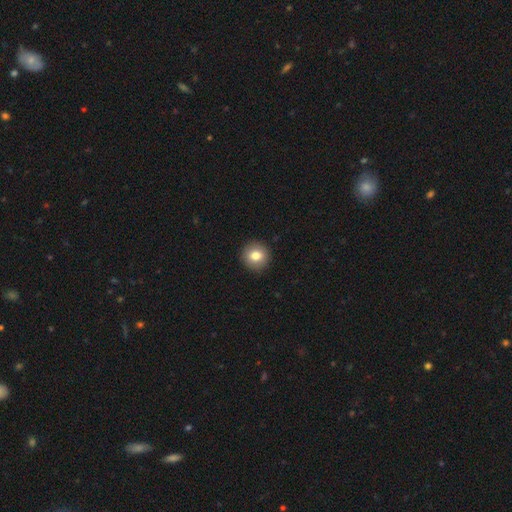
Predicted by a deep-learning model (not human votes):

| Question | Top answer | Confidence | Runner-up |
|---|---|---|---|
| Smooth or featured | smooth | 81% | featured or disk (11%) |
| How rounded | round | 91% | in between (8%) |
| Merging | none | 92% | minor disturbance (5%) |